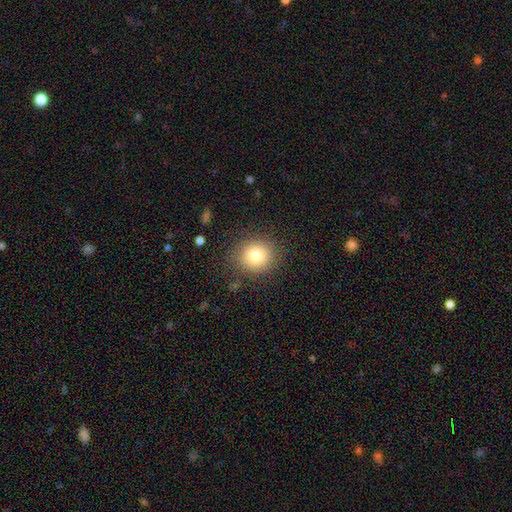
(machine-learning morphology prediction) A smooth galaxy with no disk features (79%) that is round (84%).

Vote fractions:
- Smooth or featured? smooth: 79% / star or artifact: 11% / featured or disk: 10%
- How rounded? round: 84% / in between: 15% / cigar-shaped: 1%
- Merging? none: 86% / minor disturbance: 9% / major disturbance: 4% / merger: 1%